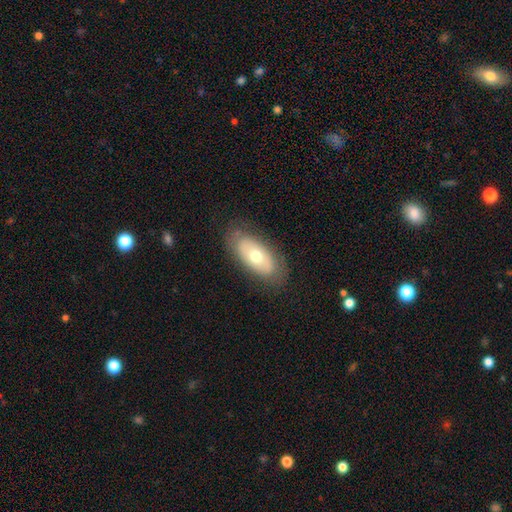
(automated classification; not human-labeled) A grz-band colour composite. It shows a smooth galaxy with no disk features (56%) that is in between round and cigar-shaped (90%). Merging: none (80%).